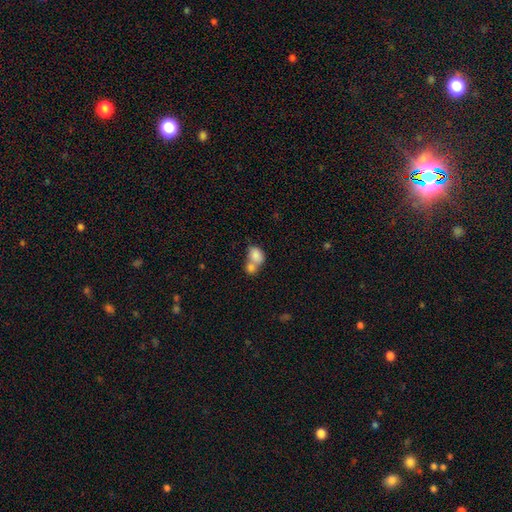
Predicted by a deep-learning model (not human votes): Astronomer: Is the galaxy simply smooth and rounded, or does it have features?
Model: smooth — 80%.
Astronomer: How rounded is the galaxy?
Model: in between — 62% (runner-up: round, 37%).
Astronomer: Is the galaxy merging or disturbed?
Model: merger — 66%.